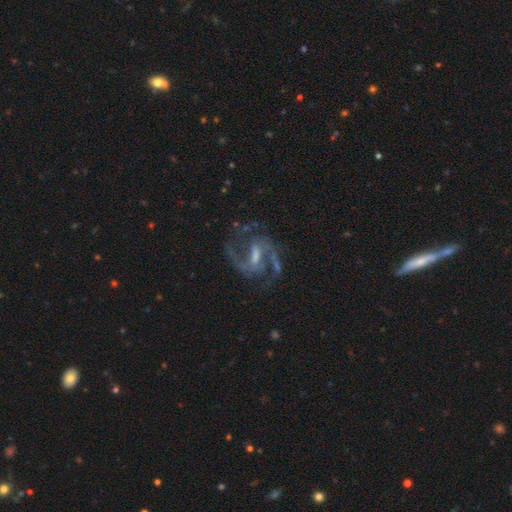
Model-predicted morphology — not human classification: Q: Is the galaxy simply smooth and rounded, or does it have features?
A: featured or disk — 91%.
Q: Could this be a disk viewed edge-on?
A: no — 98%.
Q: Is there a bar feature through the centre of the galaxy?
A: weak — 50%.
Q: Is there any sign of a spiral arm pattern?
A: yes — 98%.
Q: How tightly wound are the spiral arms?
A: medium — 64%.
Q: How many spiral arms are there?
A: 2 — 89%.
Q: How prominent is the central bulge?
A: small — 39%, tied with moderate.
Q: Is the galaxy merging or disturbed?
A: none — 73%.